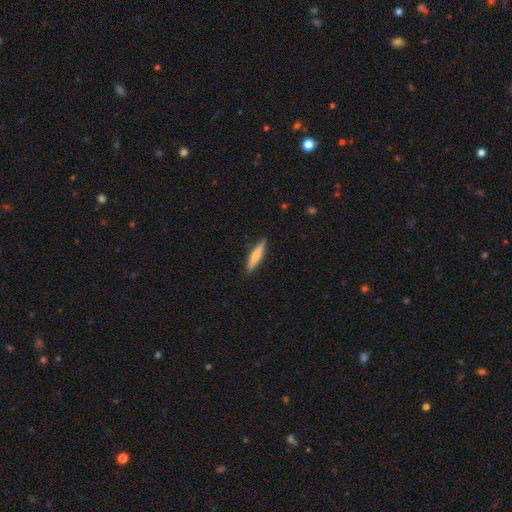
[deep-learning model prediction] Smooth or featured? Predicted: smooth (p=0.59). How rounded? Predicted: cigar-shaped (p=0.87). Merging? Predicted: none (p=0.89).